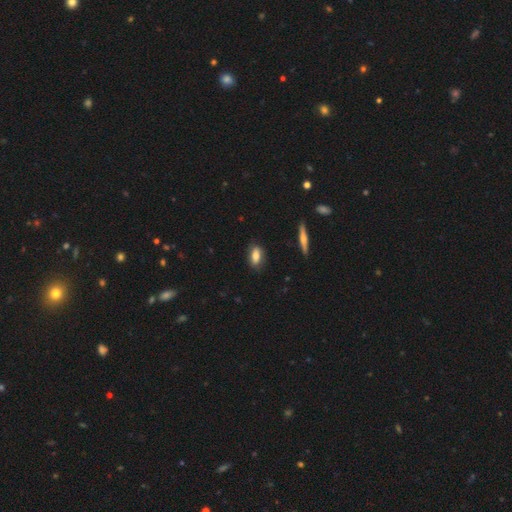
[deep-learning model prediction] The model was most divided on "smooth or featured": smooth: 74%, featured or disk: 18%, star or artifact: 7%. More confident: how rounded — in between (83%); merging — none (82%).